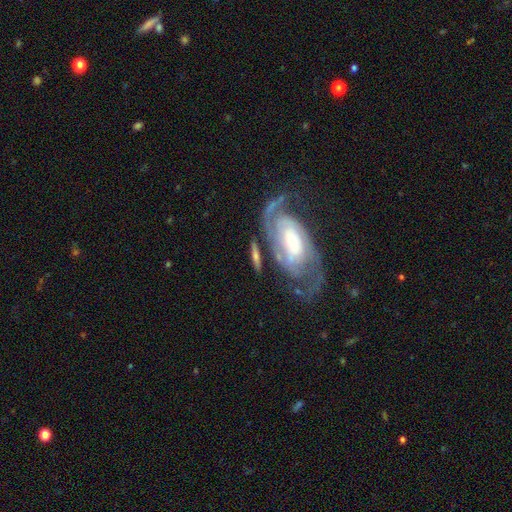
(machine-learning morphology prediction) Smooth or featured: featured or disk — 61% (smooth — 32%)
Edge-on disk: no — 79% (yes — 21%)
Merging: none — 56% (minor disturbance — 18%)